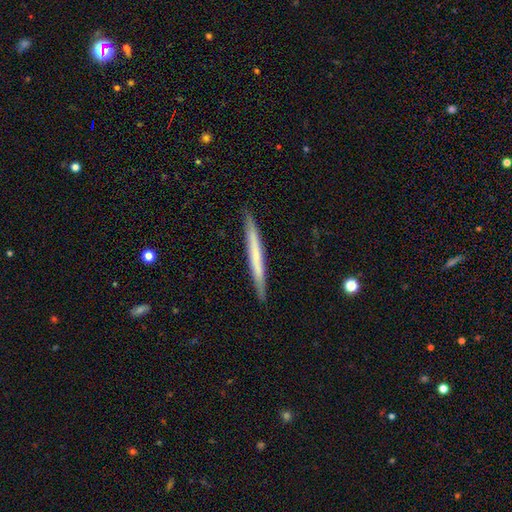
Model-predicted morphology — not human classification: A smooth galaxy with no disk features (51%) that is cigar-shaped (97%). Merging: none (90%).